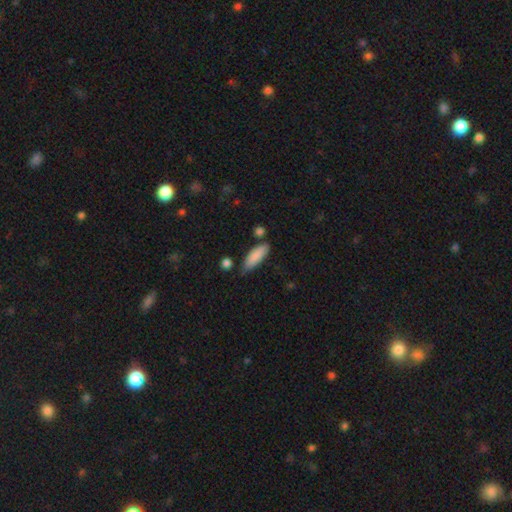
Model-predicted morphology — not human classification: smooth_or_featured: smooth (p=0.87) [alt: featured or disk p=0.07]
how_rounded: in between (p=0.61) [alt: cigar-shaped p=0.37]
merging: none (p=0.74) [alt: minor disturbance p=0.18]